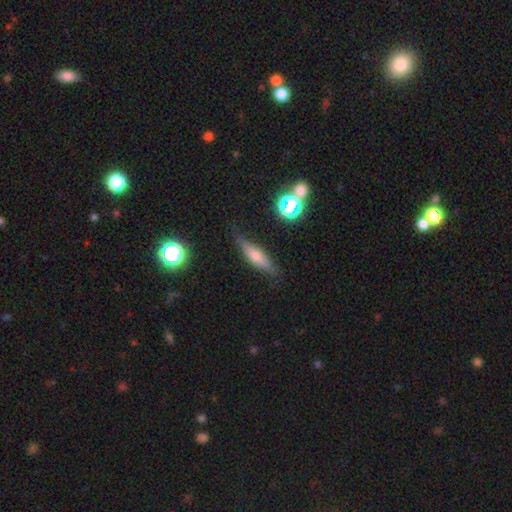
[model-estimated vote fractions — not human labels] Smooth or featured? smooth (51%)
How rounded? cigar-shaped (68%)
Merging? none (78%)